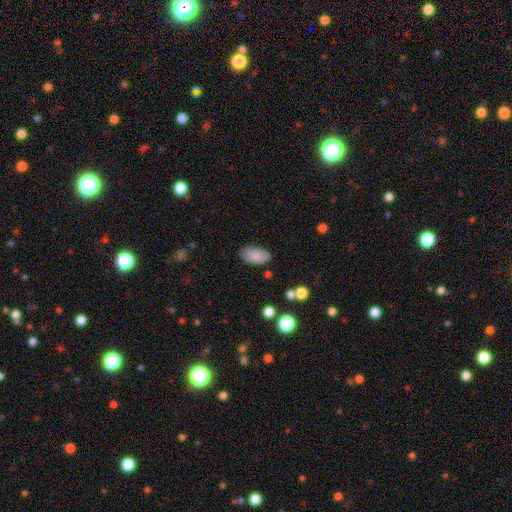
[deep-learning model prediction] This appears to be a smooth galaxy with no disk features (87%) that is in between round and cigar-shaped (95%). Merging: none (80%).